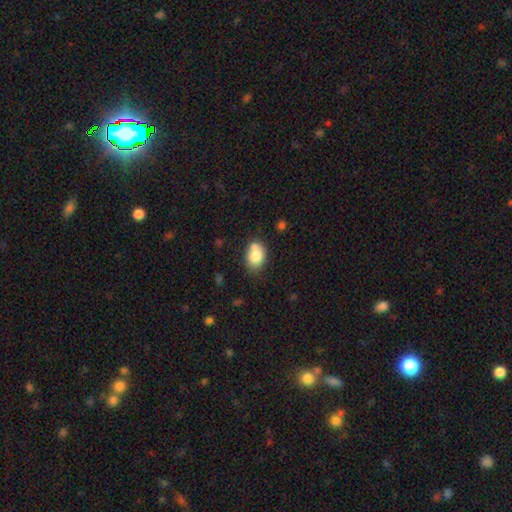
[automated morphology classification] Smooth or featured: smooth — 80% (featured or disk — 11%)
How rounded: in between — 74% (round — 25%)
Merging: none — 58% (minor disturbance — 19%)